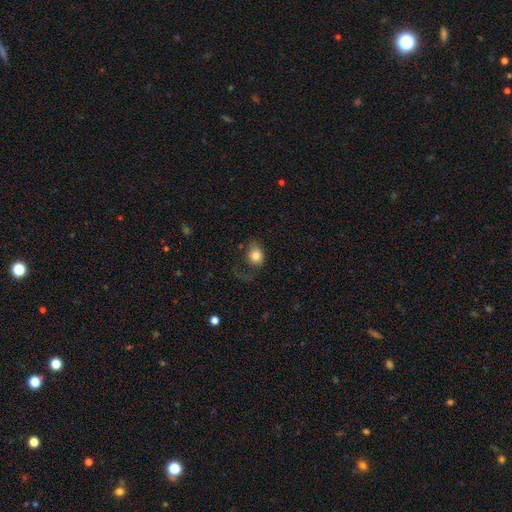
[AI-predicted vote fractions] Q: Smooth or featured?
A: smooth (79%); runner-up: featured or disk (12%)
Q: How rounded?
A: round (54%); runner-up: in between (45%)
Q: Merging?
A: none (43%); runner-up: major disturbance (32%)